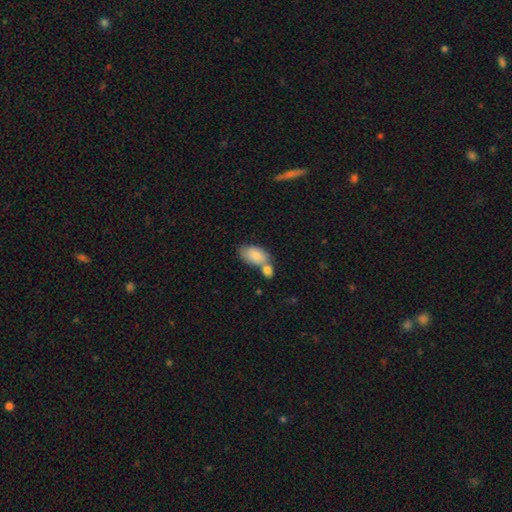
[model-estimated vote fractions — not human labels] A smooth galaxy with no disk features (82%) that is in between round and cigar-shaped (93%).

Vote fractions:
- Smooth or featured? smooth: 82% / featured or disk: 11% / star or artifact: 6%
- How rounded? in between: 93% / round: 5% / cigar-shaped: 2%
- Merging? merger: 48% / none: 35% / minor disturbance: 13% / major disturbance: 4%